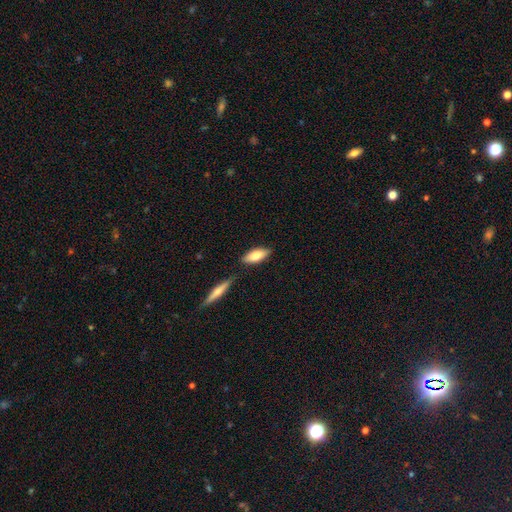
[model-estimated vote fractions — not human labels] This appears to be a smooth galaxy with no disk features (76%) that is in between round and cigar-shaped (77%). Merging: none (80%).